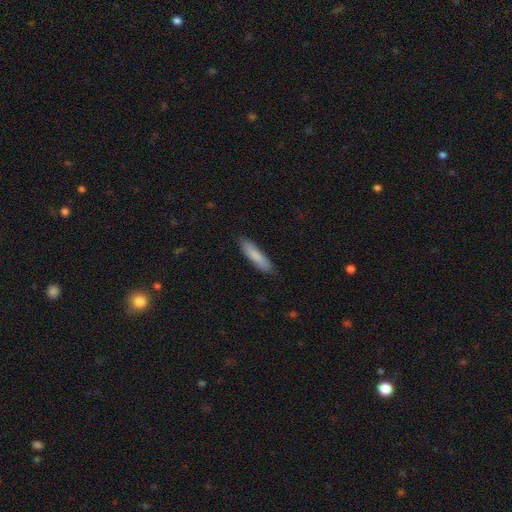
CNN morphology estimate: Smooth or featured? smooth (85%)
How rounded? cigar-shaped (77%)
Merging? none (87%)